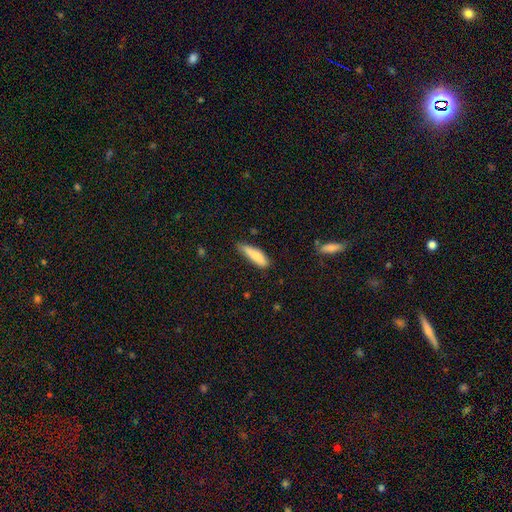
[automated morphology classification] The model was most divided on "how rounded": cigar-shaped: 64%, in between: 34%, round: 1%. More confident: smooth or featured — smooth (82%); merging — none (64%).